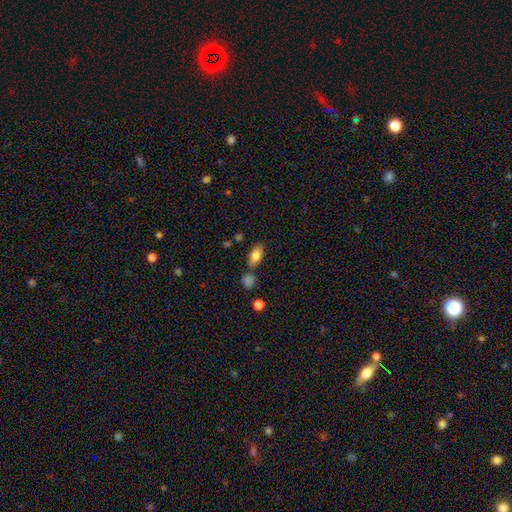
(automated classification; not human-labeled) This is likely a smooth galaxy (79%). How rounded: clearly in between (89%). Merging: likely none (75%).